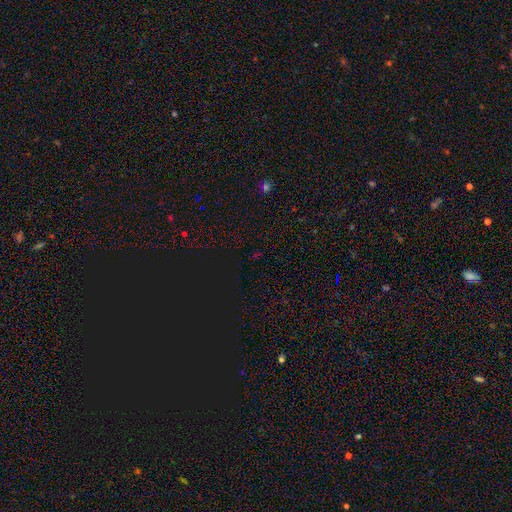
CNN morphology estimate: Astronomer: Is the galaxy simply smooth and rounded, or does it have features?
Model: star or artifact — 70%.